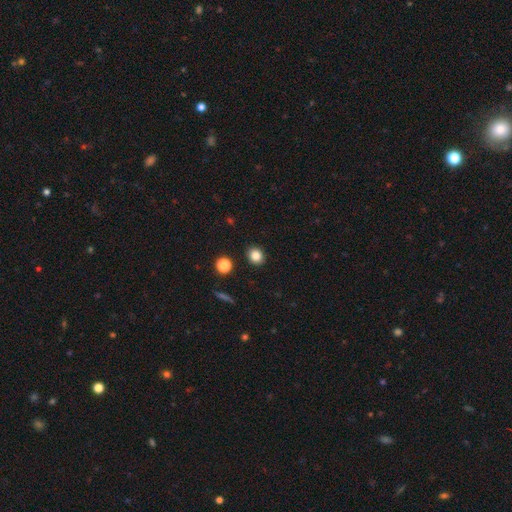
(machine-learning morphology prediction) Q: Smooth or featured?
A: smooth (84%); runner-up: star or artifact (11%)
Q: How rounded?
A: round (69%); runner-up: in between (30%)
Q: Merging?
A: none (90%); runner-up: minor disturbance (6%)